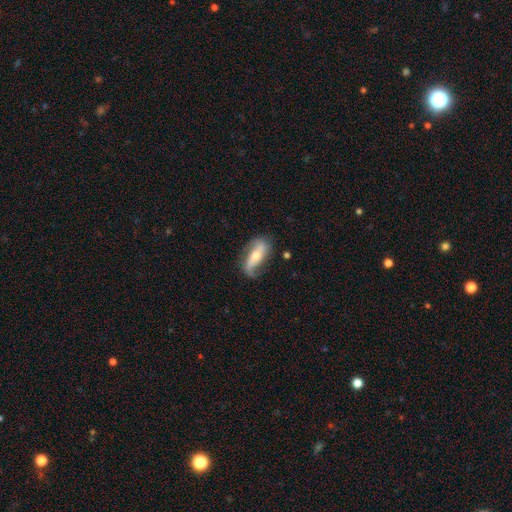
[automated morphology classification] smooth_or_featured: featured or disk (p=0.68) [alt: smooth p=0.26]
disk_edge_on: no (p=0.84) [alt: yes p=0.16]
bar: strong (p=0.41) [alt: no p=0.36]
has_spiral_arms: yes (p=0.85) [alt: no p=0.15]
bulge_size: moderate (p=0.56) [alt: small p=0.38]
merging: none (p=0.65) [alt: minor disturbance p=0.23]